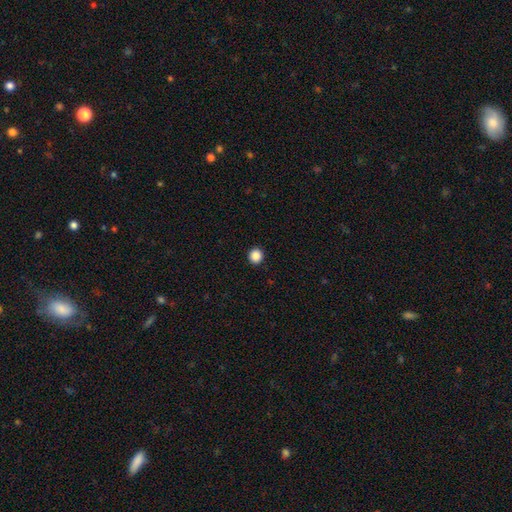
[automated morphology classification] This appears to be a smooth galaxy with no disk features (88%) that is round (94%). Merging: none (94%).